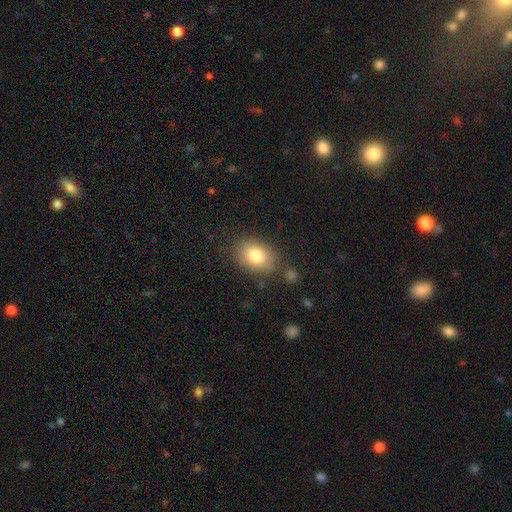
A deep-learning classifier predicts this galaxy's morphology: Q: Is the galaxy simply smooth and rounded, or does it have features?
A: smooth — 82%.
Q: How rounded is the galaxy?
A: in between — 73%.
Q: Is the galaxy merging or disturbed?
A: none — 78%.